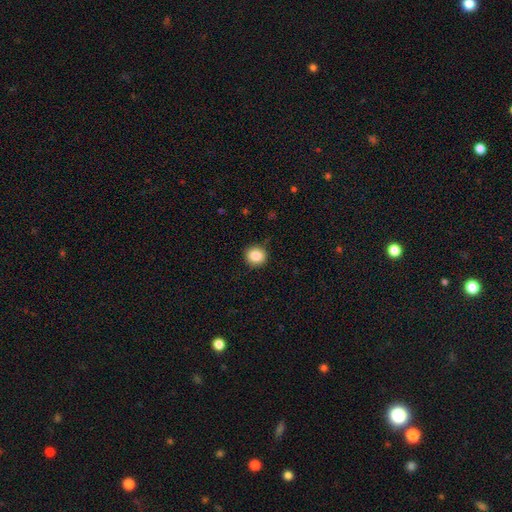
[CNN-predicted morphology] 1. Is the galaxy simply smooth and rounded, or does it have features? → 86% smooth, 9% star or artifact, 5% featured or disk.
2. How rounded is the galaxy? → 88% round, 11% in between, 1% cigar-shaped.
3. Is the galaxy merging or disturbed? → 87% none, 10% minor disturbance, 2% major disturbance, 1% merger.